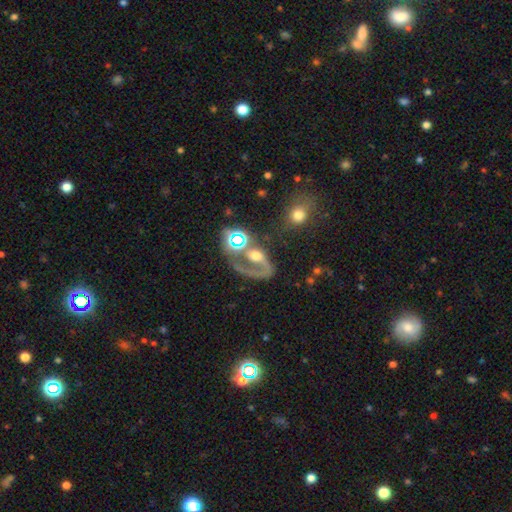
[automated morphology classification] A featured or disk galaxy (61%) with no bar (59%), spiral arms (73%) and a moderate central bulge (54%). Merging: major disturbance (35%).